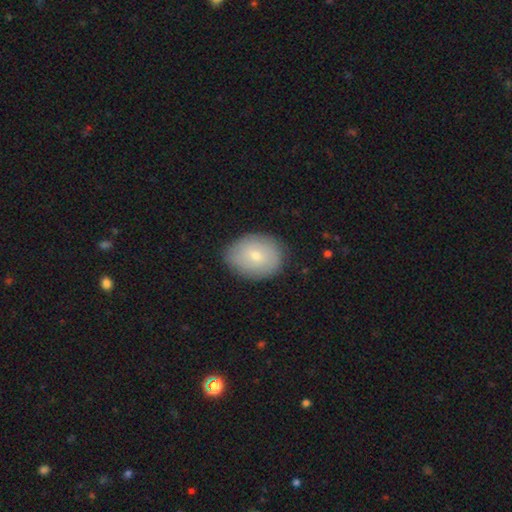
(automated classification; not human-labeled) Overall: smooth (70%). How rounded: in between (59%; round 40%). Merging: none (81%).